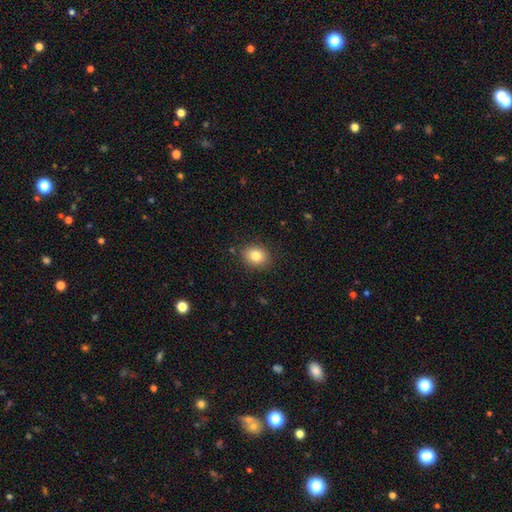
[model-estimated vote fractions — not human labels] Q: Smooth or featured?
A: smooth (83%); runner-up: star or artifact (9%)
Q: How rounded?
A: in between (53%); runner-up: round (46%)
Q: Merging?
A: none (85%); runner-up: minor disturbance (11%)